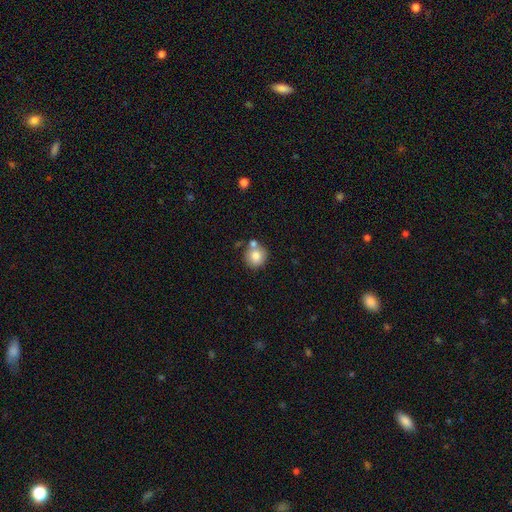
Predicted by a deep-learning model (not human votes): This is likely a smooth galaxy (79%). How rounded: clearly round (90%). Merging: likely none (63%).